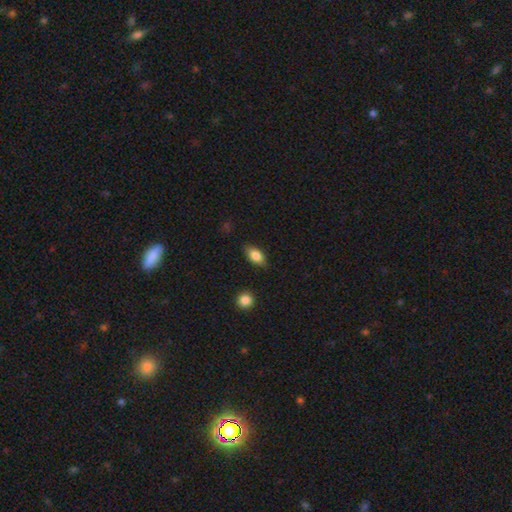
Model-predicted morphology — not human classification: This is clearly a smooth galaxy (82%). How rounded: clearly in between (88%). Merging: clearly none (83%).